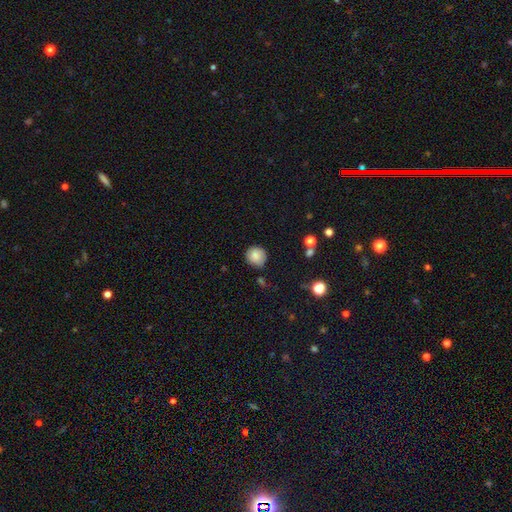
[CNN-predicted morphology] A smooth galaxy with no disk features (84%) that is round (88%). Merging: none (76%).